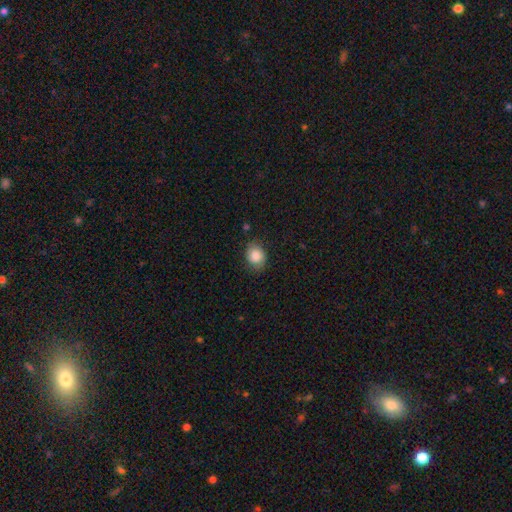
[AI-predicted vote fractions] smooth 84%, featured or disk 8%, star or artifact 8%. Down the decision tree: how rounded — round (51%); merging — none (76%).